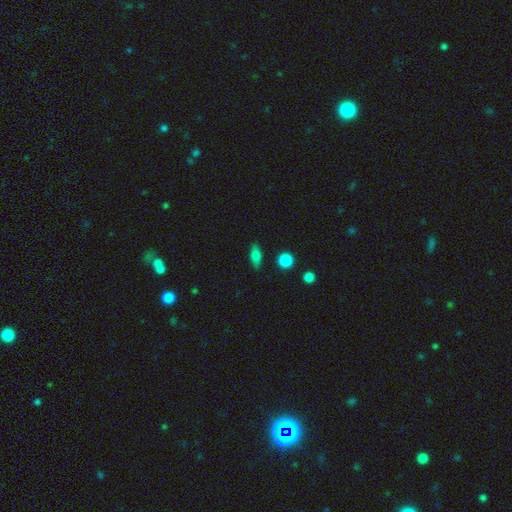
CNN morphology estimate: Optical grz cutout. It shows a smooth galaxy with no disk features (73%) that is in between round and cigar-shaped (73%). Merging: none (83%).